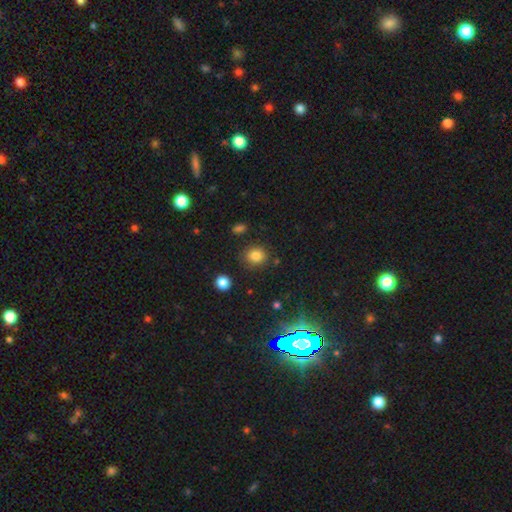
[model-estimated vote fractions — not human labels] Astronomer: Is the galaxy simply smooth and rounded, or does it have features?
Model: smooth — 83%.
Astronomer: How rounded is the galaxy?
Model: round — 76%.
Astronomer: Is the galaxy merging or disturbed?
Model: none — 84%.